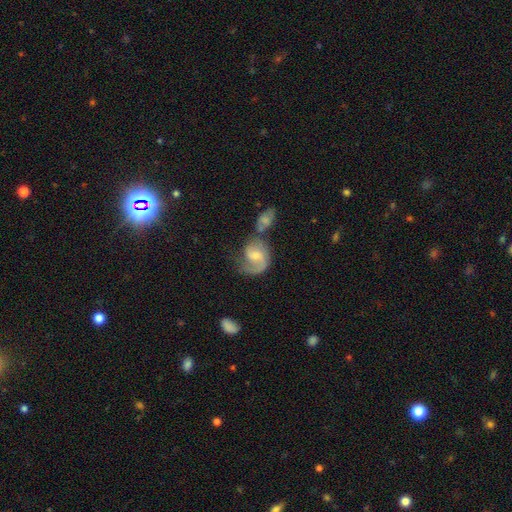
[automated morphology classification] Smooth or featured: featured or disk — 69% (smooth — 24%)
Edge-on disk: no — 97% (yes — 3%)
Bar: weak — 51% (no — 39%)
Spiral arms: yes — 90% (no — 10%)
Spiral winding: medium — 45% (loose — 33%)
Spiral arm count: 2 — 48% (1 — 40%)
Bulge size: moderate — 41% (small — 39%)
Merging: none — 35% (merger — 24%)